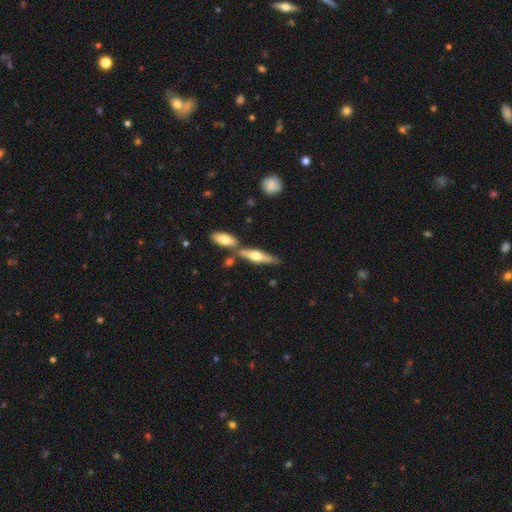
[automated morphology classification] featured or disk 54%, smooth 40%, star or artifact 6%. Down the decision tree: edge-on disk — yes (91%); merging — none (64%).